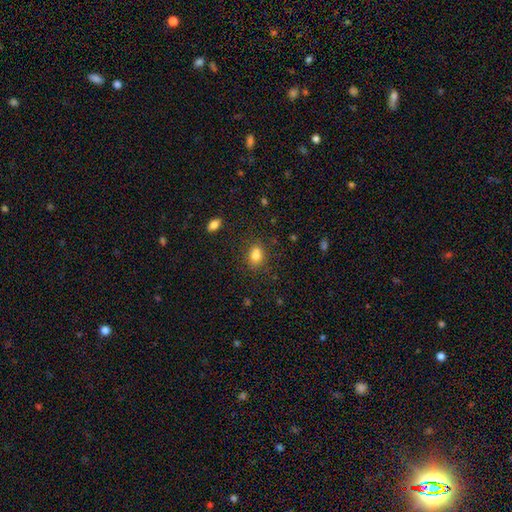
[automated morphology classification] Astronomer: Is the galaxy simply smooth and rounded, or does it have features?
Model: smooth — 78%.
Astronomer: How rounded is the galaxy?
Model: in between — 64%.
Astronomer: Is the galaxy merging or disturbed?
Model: none — 61%.